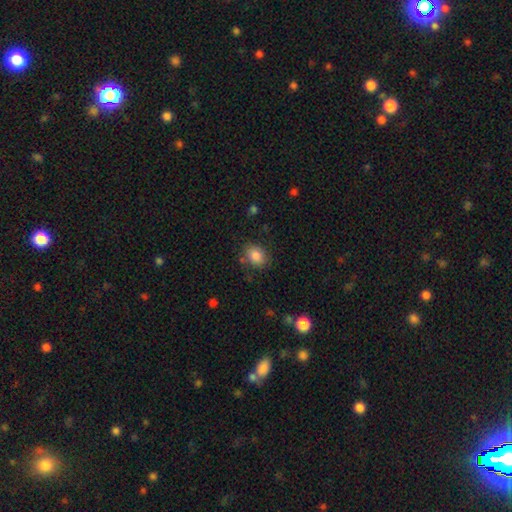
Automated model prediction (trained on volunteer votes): A smooth galaxy with no disk features (84%) that is in between round and cigar-shaped (58%). Merging: none (78%).